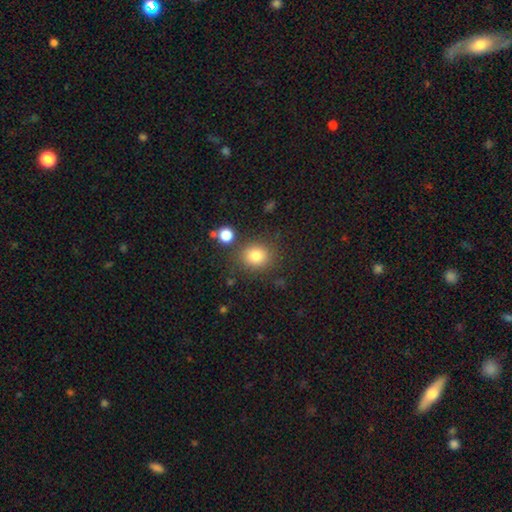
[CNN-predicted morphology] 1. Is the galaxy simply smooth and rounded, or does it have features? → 81% smooth, 12% star or artifact, 7% featured or disk.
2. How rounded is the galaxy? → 79% round, 20% in between, 1% cigar-shaped.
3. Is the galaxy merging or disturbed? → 81% none, 10% minor disturbance, 6% merger, 4% major disturbance.